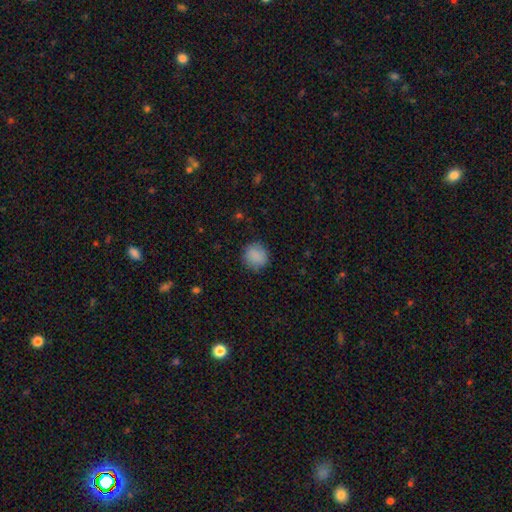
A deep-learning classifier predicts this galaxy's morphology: Q: Smooth or featured?
A: smooth (87%); runner-up: star or artifact (8%)
Q: How rounded?
A: round (87%); runner-up: in between (12%)
Q: Merging?
A: none (85%); runner-up: minor disturbance (11%)